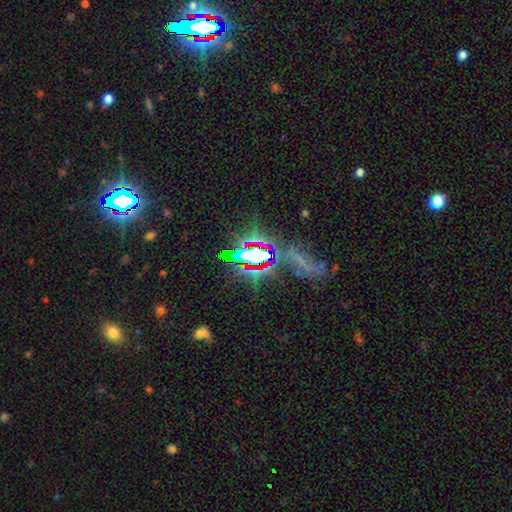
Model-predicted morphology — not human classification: Overall: star or artifact (67%).